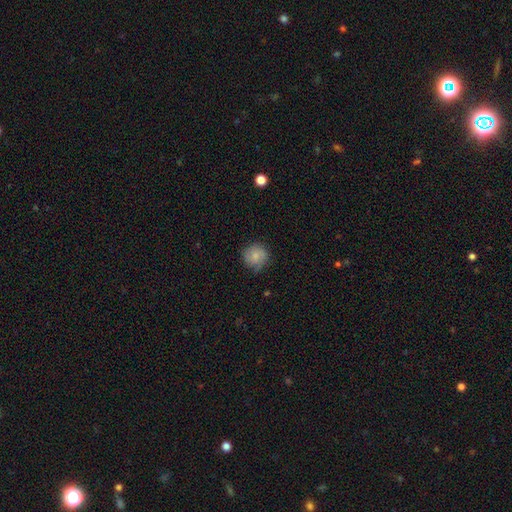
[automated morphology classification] This appears to be a smooth galaxy with no disk features (77%) that is round (90%). Merging: none (74%).